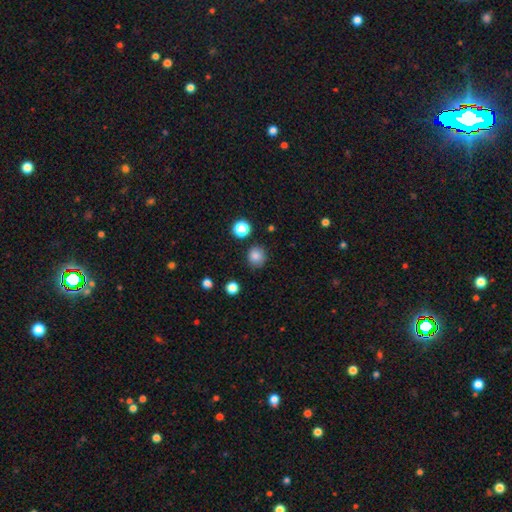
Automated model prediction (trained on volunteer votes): smooth 84%, star or artifact 12%, featured or disk 5%. Down the decision tree: how rounded — round (89%); merging — none (85%).